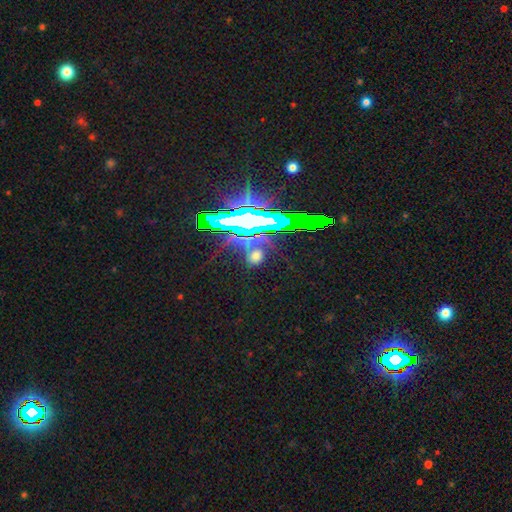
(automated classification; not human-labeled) The model was most divided on "smooth or featured": star or artifact: 47%, smooth: 42%, featured or disk: 11%.